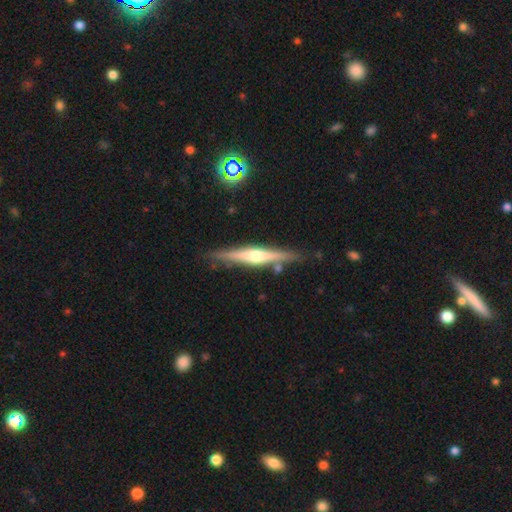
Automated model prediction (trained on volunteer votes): Smooth or featured? Predicted: featured or disk (p=0.72). Edge-on disk? Predicted: yes (p=0.97). Edge-on bulge? Predicted: rounded (p=0.86). Merging? Predicted: none (p=0.83).